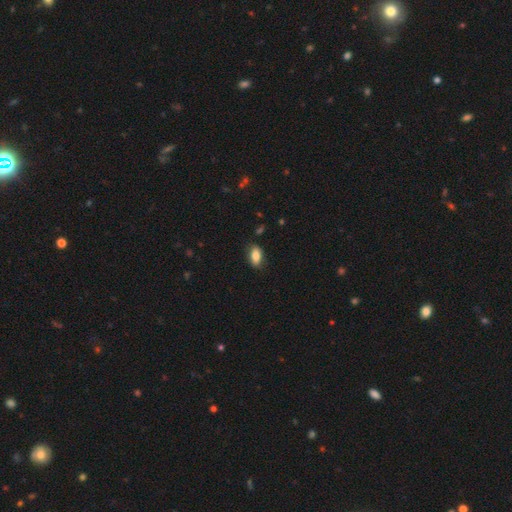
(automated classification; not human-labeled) This is clearly a smooth galaxy (82%). How rounded: clearly in between (89%). Merging: clearly none (82%).